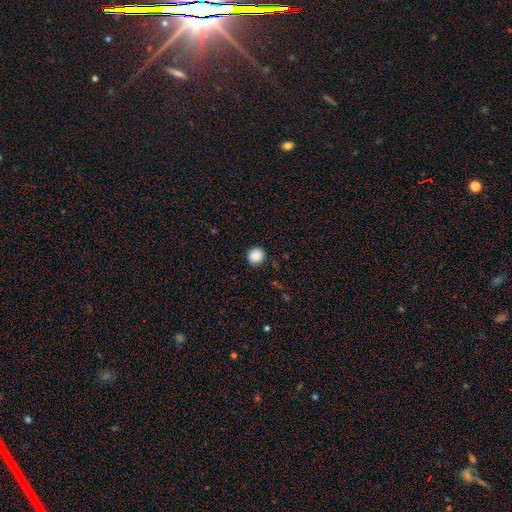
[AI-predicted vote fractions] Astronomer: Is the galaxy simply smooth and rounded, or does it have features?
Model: smooth — 89%.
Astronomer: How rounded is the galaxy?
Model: round — 94%.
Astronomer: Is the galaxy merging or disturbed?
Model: none — 91%.